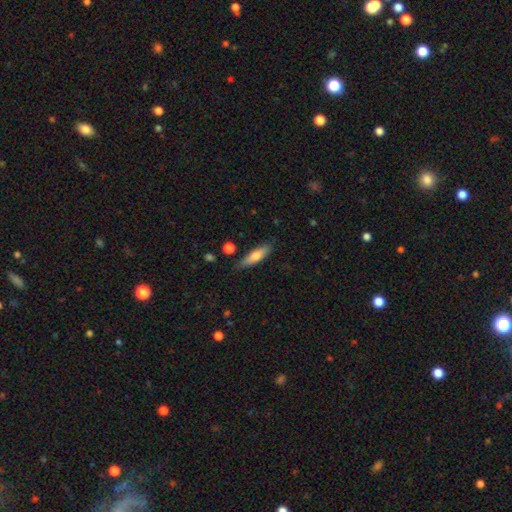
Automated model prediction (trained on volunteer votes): Smooth or featured?
  - smooth: 68% *
  - featured or disk: 25%
  - star or artifact: 6%
How rounded?
  - cigar-shaped: 68% *
  - in between: 30%
  - round: 2%
Merging?
  - none: 80% *
  - minor disturbance: 15%
  - major disturbance: 3%
  - merger: 2%